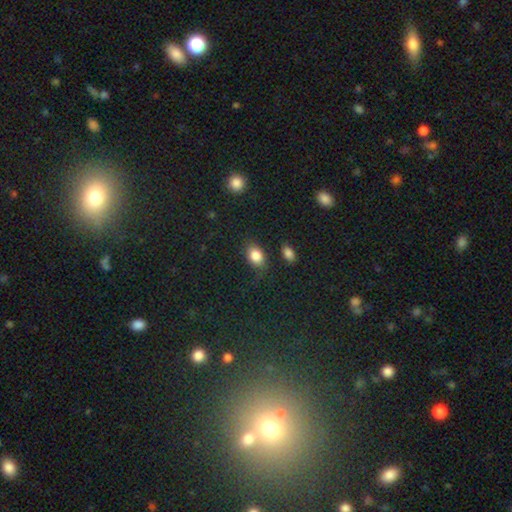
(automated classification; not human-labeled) A smooth galaxy with no disk features (84%) that is in between round and cigar-shaped (77%).

Vote fractions:
- Smooth or featured? smooth: 84% / star or artifact: 9% / featured or disk: 7%
- How rounded? in between: 77% / round: 21% / cigar-shaped: 2%
- Merging? none: 76% / minor disturbance: 16% / major disturbance: 5% / merger: 3%